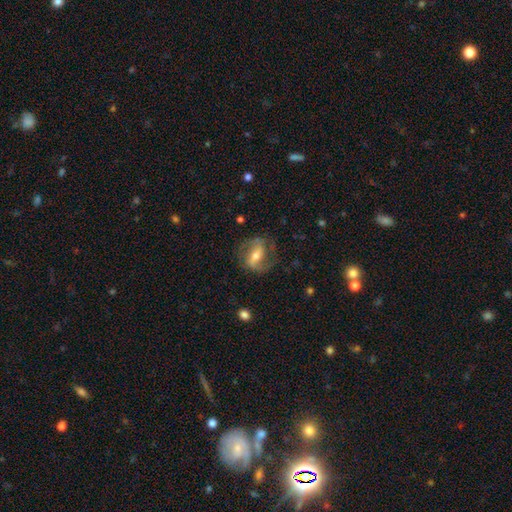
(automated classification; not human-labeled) Overall: featured or disk (78%). Edge-on disk: no (94%). Bar: strong (48%; weak 35%). Spiral arms: yes (90%). Spiral arm count: 2 (85%). Spiral winding: medium (47%; loose 32%). Bulge size: moderate (57%; small 36%). Merging: none (71%).